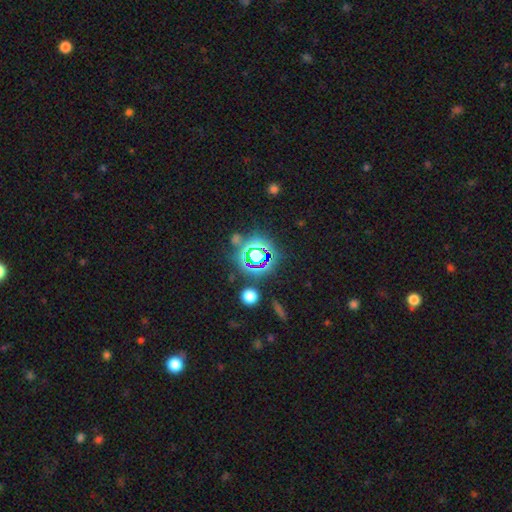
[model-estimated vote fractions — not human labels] Morphology: type=star or artifact (69%).